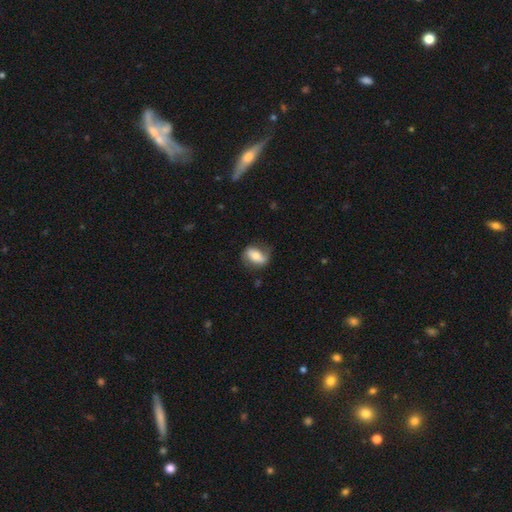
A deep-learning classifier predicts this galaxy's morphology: Smooth or featured?
  - featured or disk: 47% *
  - smooth: 46%
  - star or artifact: 7%
Merging?
  - none: 66% *
  - minor disturbance: 23%
  - major disturbance: 10%
  - merger: 2%